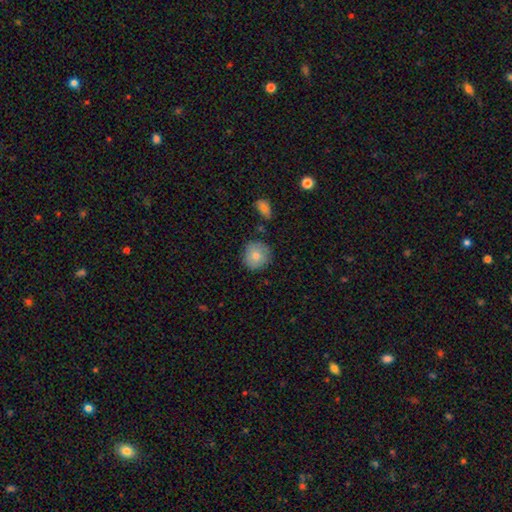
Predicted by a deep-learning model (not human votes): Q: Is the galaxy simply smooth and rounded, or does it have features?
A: smooth — 80%.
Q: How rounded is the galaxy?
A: round — 92%.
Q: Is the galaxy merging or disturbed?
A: none — 80%.